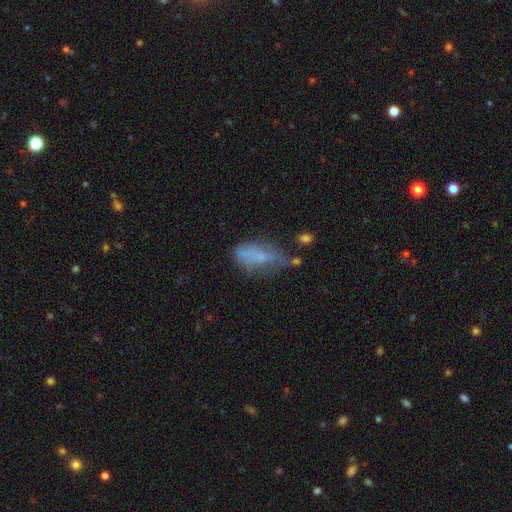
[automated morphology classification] This is possibly a smooth galaxy (60%). How rounded: likely in between (76%). Merging: marginally minor disturbance (32%).